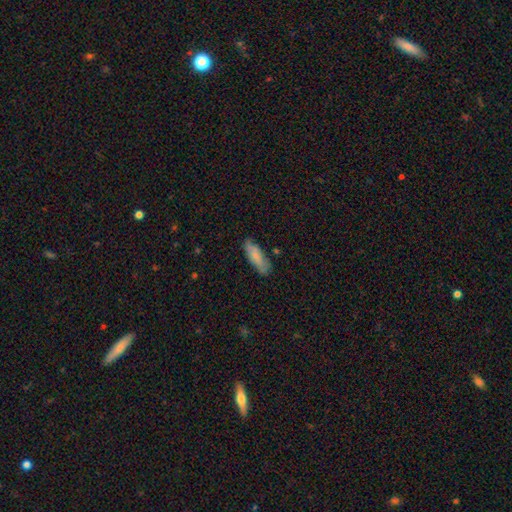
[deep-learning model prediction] This appears to be a smooth galaxy with no disk features (75%) that is in between round and cigar-shaped (56%). Merging: none (75%).